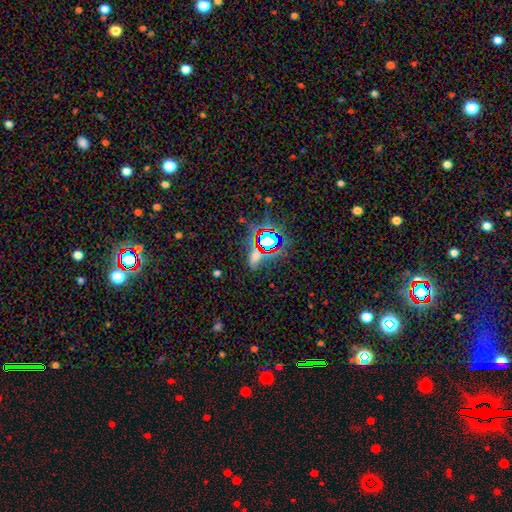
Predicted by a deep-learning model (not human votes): This appears to be a star or artifact, not a galaxy (53%).